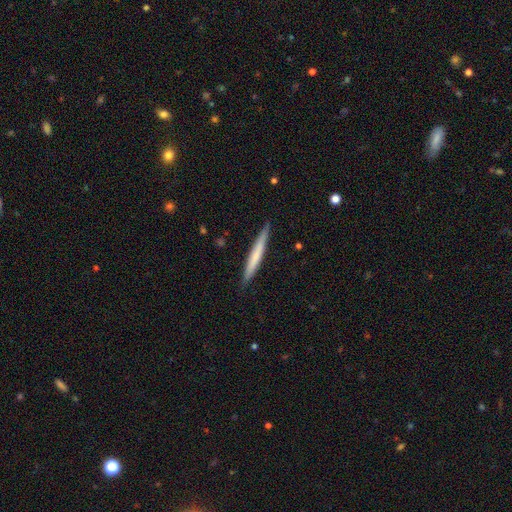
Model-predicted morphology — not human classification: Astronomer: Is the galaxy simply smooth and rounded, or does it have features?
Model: smooth — 60% (runner-up: featured or disk, 35%).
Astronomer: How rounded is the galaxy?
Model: cigar-shaped — 97%.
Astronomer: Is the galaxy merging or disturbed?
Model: none — 89%.